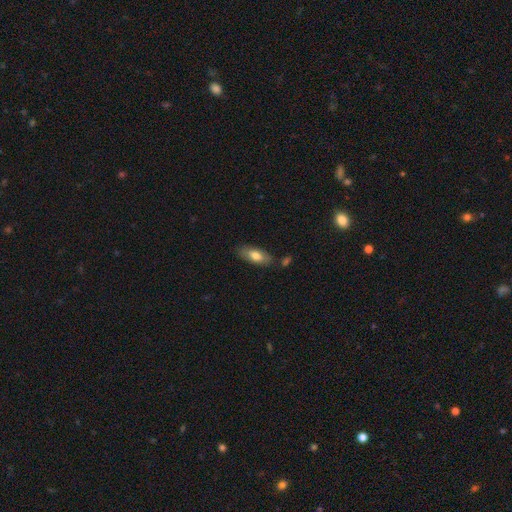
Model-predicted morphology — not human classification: smooth-or-featured: smooth: 73% | featured or disk: 20% | star or artifact: 6%
  how-rounded: in between: 80% | cigar-shaped: 18% | round: 2%
  merging: none: 79% | minor disturbance: 14% | merger: 4% | major disturbance: 3%